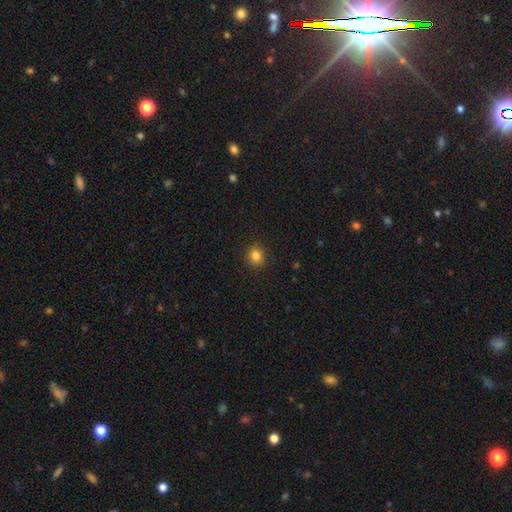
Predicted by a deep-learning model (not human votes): This is clearly a smooth galaxy (83%). How rounded: clearly round (83%). Merging: clearly none (91%).